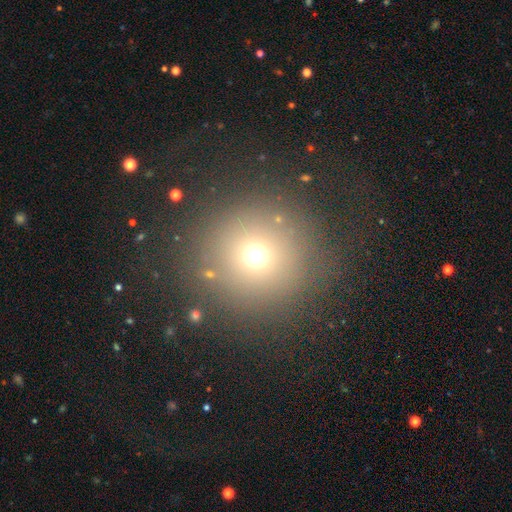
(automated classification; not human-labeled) Smooth or featured? smooth (67%)
How rounded? round (95%)
Merging? none (84%)